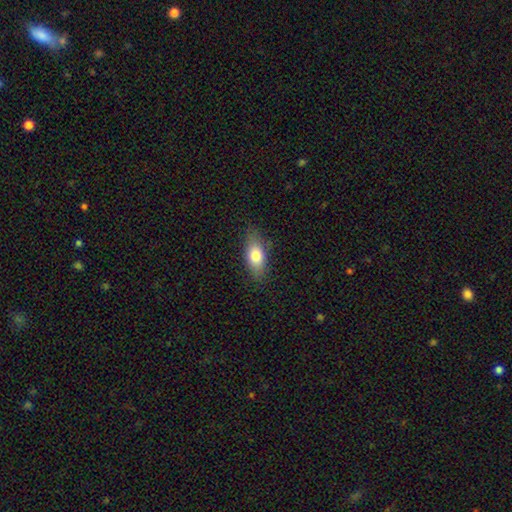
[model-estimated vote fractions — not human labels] A smooth galaxy with no disk features (78%) that is in between round and cigar-shaped (82%). Merging: none (80%).